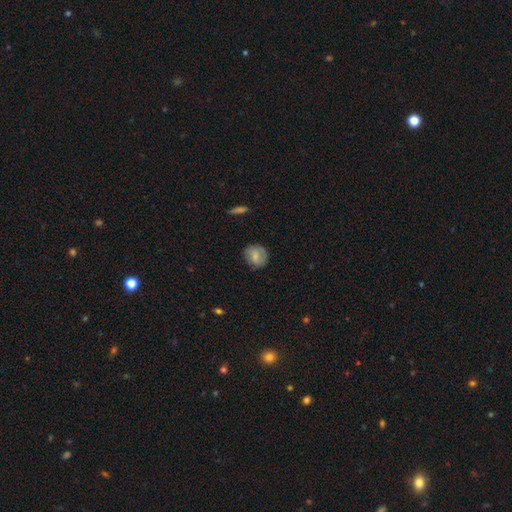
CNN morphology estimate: Q: Smooth or featured?
A: smooth (74%); runner-up: featured or disk (19%)
Q: How rounded?
A: round (77%); runner-up: in between (22%)
Q: Merging?
A: none (80%); runner-up: minor disturbance (15%)